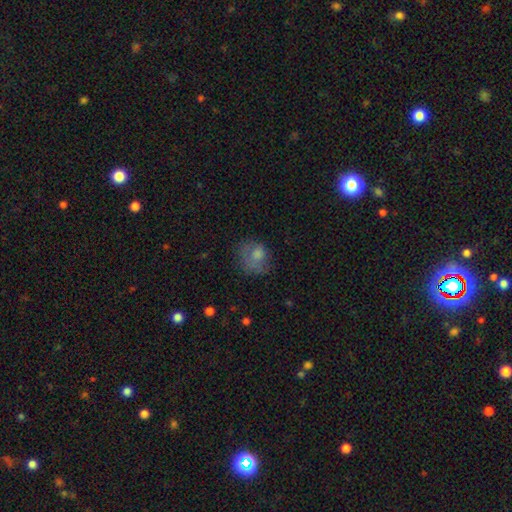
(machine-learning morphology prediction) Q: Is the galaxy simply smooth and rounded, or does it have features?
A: smooth — 69%.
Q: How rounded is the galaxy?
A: round — 62%.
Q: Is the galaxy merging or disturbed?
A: none — 43%.